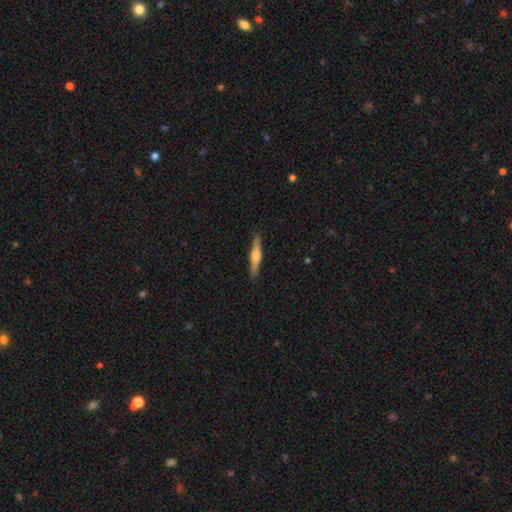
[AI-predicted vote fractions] Morphology: type=featured or disk (62%); edge-on=yes (98%); edge-on bulge=rounded (87%); merging=none (91%).